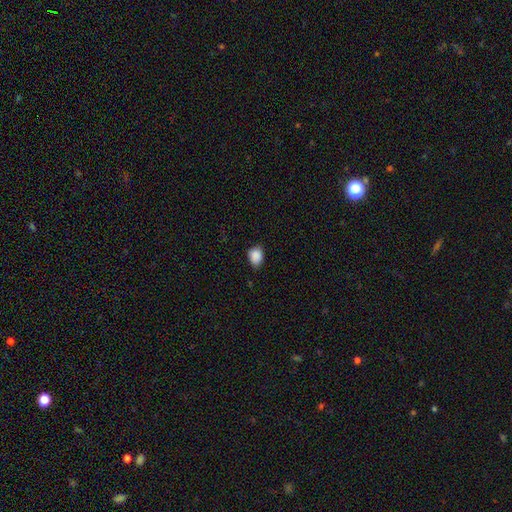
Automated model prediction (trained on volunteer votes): Smooth or featured? Predicted: smooth (p=0.88). How rounded? Predicted: in between (p=0.56). Merging? Predicted: none (p=0.73).